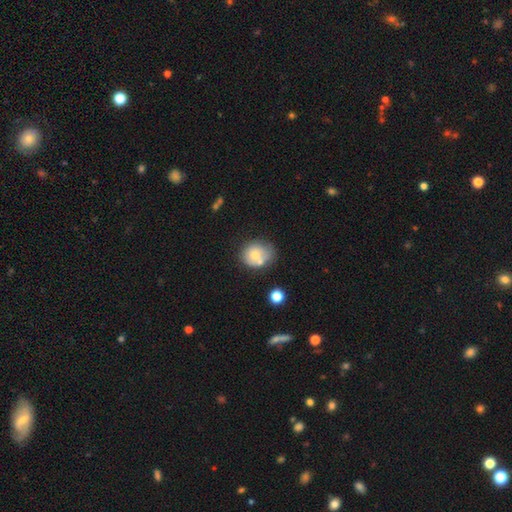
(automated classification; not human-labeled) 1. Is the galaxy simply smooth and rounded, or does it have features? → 67% smooth, 23% featured or disk, 9% star or artifact.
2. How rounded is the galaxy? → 67% round, 33% in between, 1% cigar-shaped.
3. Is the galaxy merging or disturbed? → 46% none, 28% merger, 19% minor disturbance, 7% major disturbance.